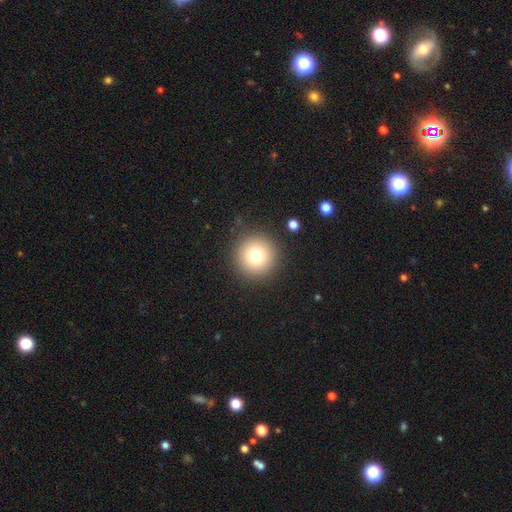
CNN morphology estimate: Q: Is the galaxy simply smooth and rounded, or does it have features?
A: smooth — 76%.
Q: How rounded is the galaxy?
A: round — 96%.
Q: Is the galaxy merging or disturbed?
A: none — 89%.